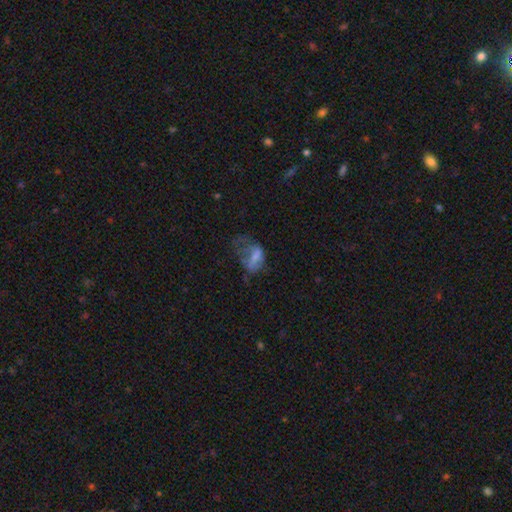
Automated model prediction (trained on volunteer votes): This appears to be a smooth galaxy with no disk features (47%). Merging: major disturbance (53%).